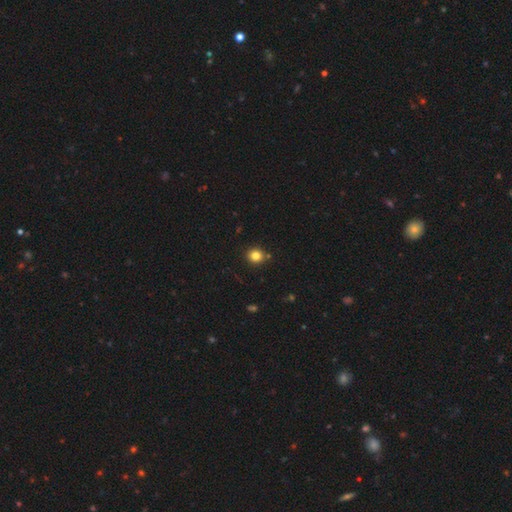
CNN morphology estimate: This is clearly a smooth galaxy (82%). How rounded: clearly round (88%). Merging: clearly none (87%).